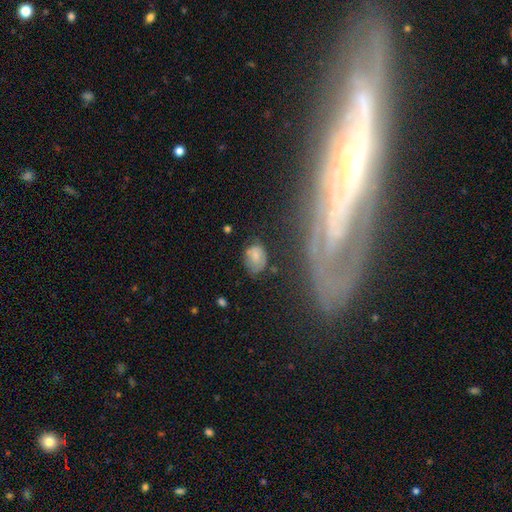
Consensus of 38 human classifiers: smooth_or_featured: smooth (p=0.74) [alt: featured or disk p=0.18]
how_rounded: in between (p=0.71) [alt: round p=0.29]
merging: none (p=0.57) [alt: minor disturbance p=0.23]